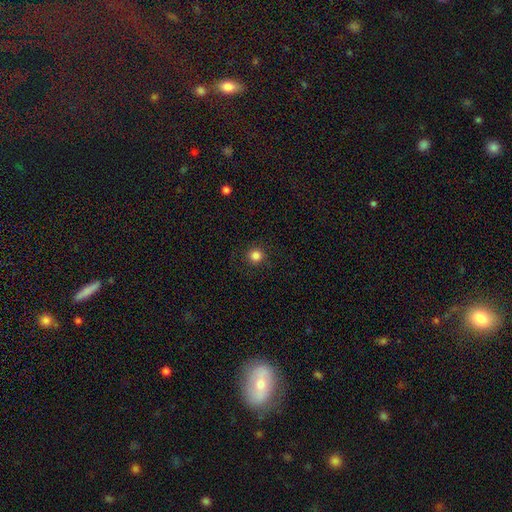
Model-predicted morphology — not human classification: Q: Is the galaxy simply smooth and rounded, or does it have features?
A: smooth — 84%.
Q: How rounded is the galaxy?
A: round — 95%.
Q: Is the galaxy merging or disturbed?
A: none — 90%.